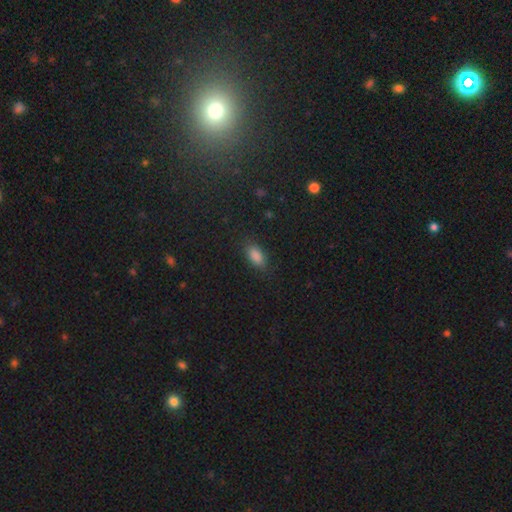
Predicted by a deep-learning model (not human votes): A smooth galaxy with no disk features (84%) that is in between round and cigar-shaped (88%).

Vote fractions:
- Smooth or featured? smooth: 84% / star or artifact: 11% / featured or disk: 5%
- How rounded? in between: 88% / cigar-shaped: 7% / round: 4%
- Merging? none: 84% / minor disturbance: 12% / major disturbance: 3% / merger: 1%